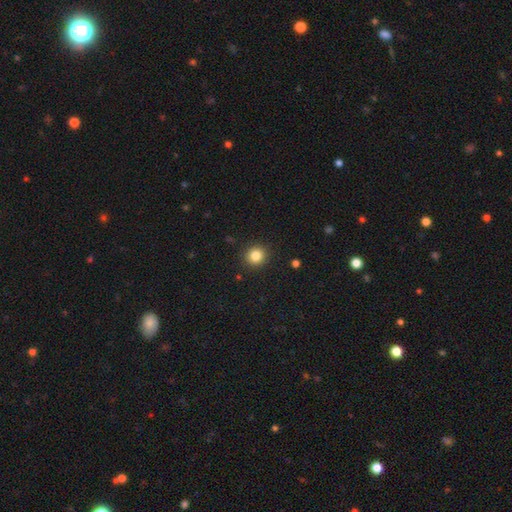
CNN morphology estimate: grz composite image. It shows a smooth galaxy with no disk features (84%) that is round (92%). Merging: none (92%).